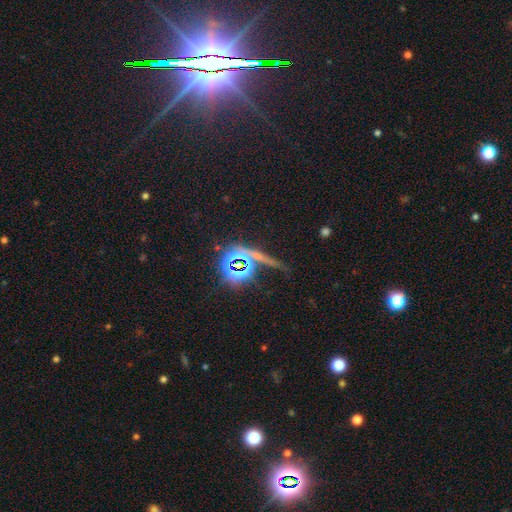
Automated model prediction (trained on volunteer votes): Smooth or featured? star or artifact (71%)